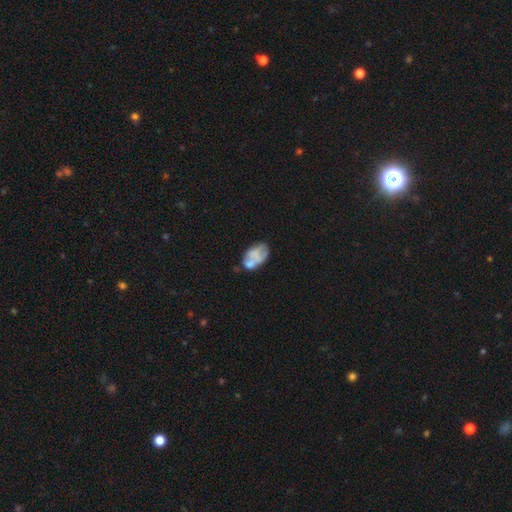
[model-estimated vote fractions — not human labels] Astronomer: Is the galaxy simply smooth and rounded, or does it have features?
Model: smooth — 49% (runner-up: featured or disk, 42%).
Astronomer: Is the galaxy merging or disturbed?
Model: none — 40% (runner-up: minor disturbance, 27%).